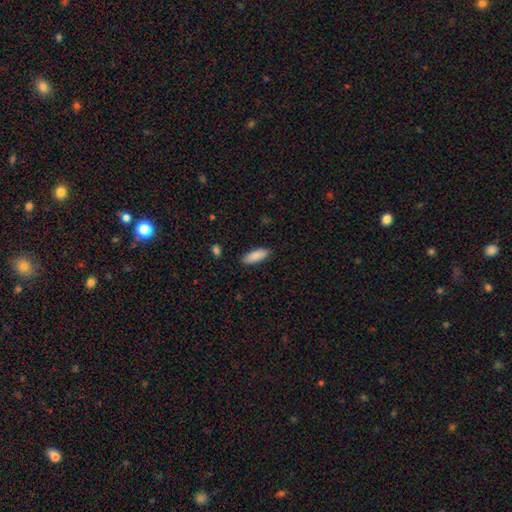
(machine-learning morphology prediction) This is clearly a smooth galaxy (89%). How rounded: likely in between (73%). Merging: clearly none (88%).